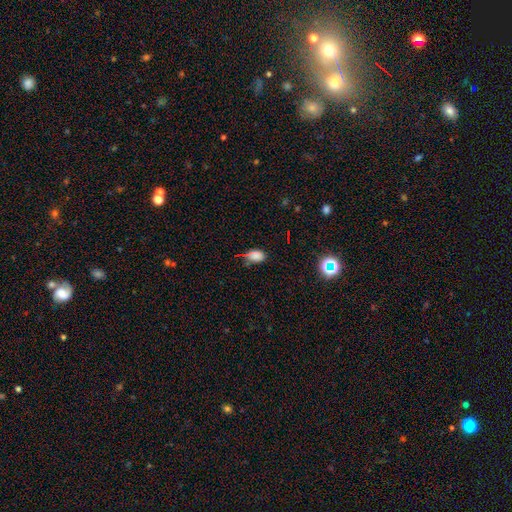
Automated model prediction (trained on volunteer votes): This appears to be a smooth galaxy with no disk features (79%) that is in between round and cigar-shaped (86%). Merging: none (56%).